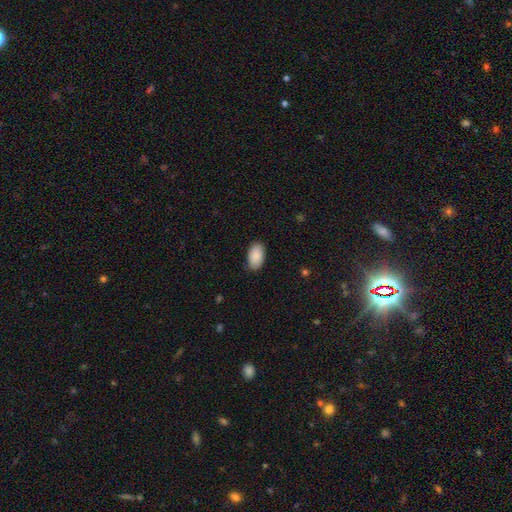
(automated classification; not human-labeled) Overall: smooth (90%). How rounded: in between (95%). Merging: none (87%).